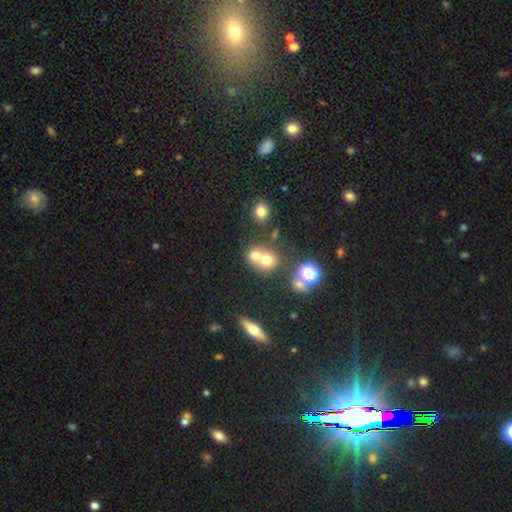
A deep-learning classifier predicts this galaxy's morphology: smooth-or-featured: smooth: 67% | star or artifact: 17% | featured or disk: 16%
  how-rounded: round: 77% | in between: 22% | cigar-shaped: 1%
  merging: merger: 55% | none: 35% | minor disturbance: 6% | major disturbance: 3%